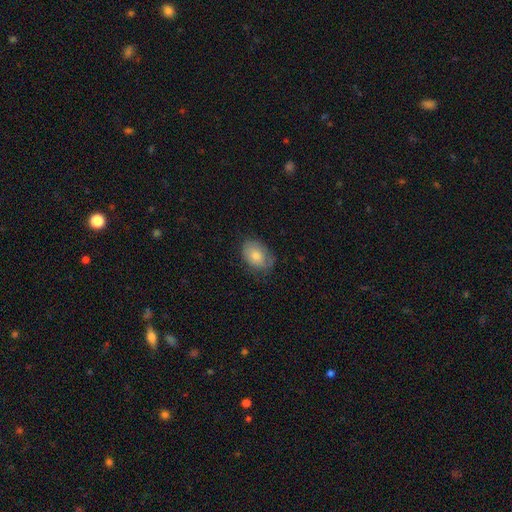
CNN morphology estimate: smooth-or-featured: smooth: 76% | featured or disk: 17% | star or artifact: 7%
  how-rounded: in between: 81% | round: 18% | cigar-shaped: 1%
  merging: none: 66% | minor disturbance: 26% | major disturbance: 7% | merger: 1%